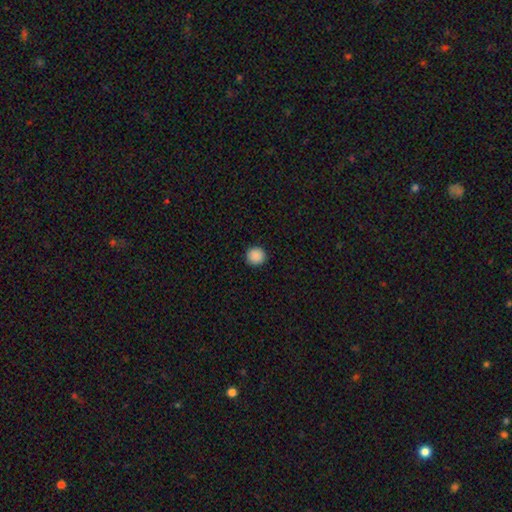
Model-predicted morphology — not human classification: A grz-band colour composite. It shows a smooth galaxy with no disk features (89%) that is round (94%). Merging: none (93%).